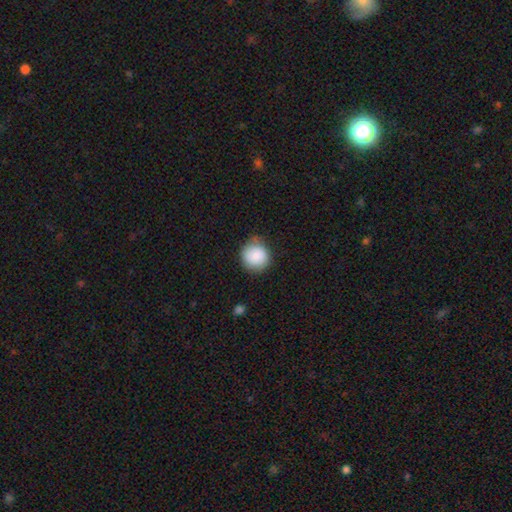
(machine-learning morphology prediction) A smooth galaxy with no disk features (88%) that is round (90%).

Vote fractions:
- Smooth or featured? smooth: 88% / star or artifact: 7% / featured or disk: 5%
- How rounded? round: 90% / in between: 9% / cigar-shaped: 1%
- Merging? none: 75% / minor disturbance: 19% / major disturbance: 4% / merger: 2%